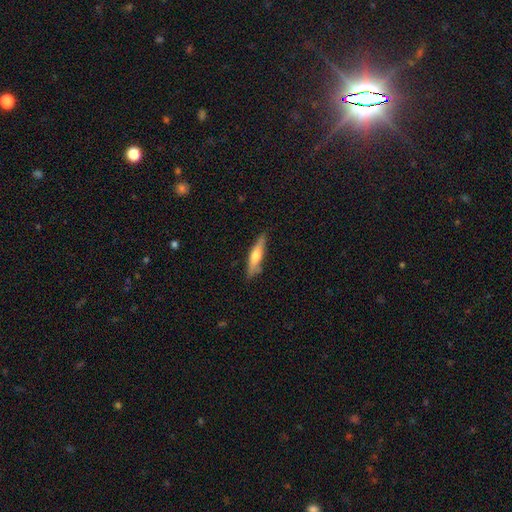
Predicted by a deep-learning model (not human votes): Overall: smooth (55%; featured or disk 39%). How rounded: cigar-shaped (78%). Merging: none (80%).